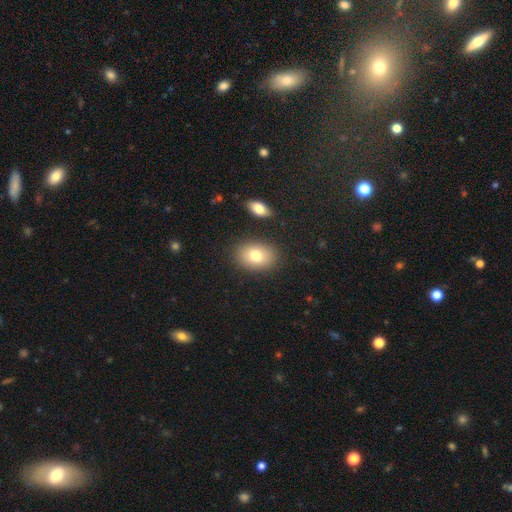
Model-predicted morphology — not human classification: Smooth or featured? Predicted: smooth (p=0.77). How rounded? Predicted: in between (p=0.77). Merging? Predicted: none (p=0.85).